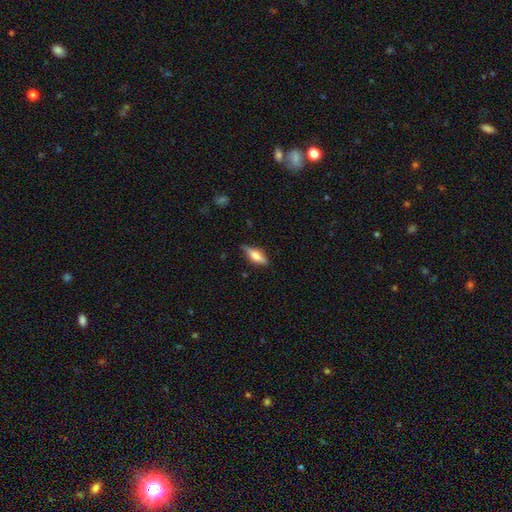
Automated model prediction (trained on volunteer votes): Morphology: type=smooth (56%); roundness=in between (56%); merging=none (76%).